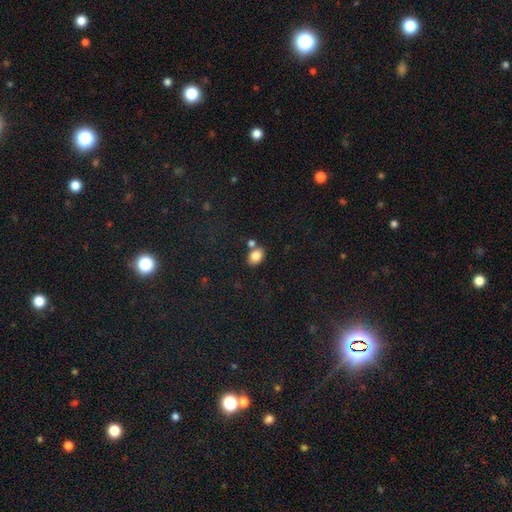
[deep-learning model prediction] This appears to be a smooth galaxy with no disk features (83%) that is in between round and cigar-shaped (76%). Merging: none (67%).